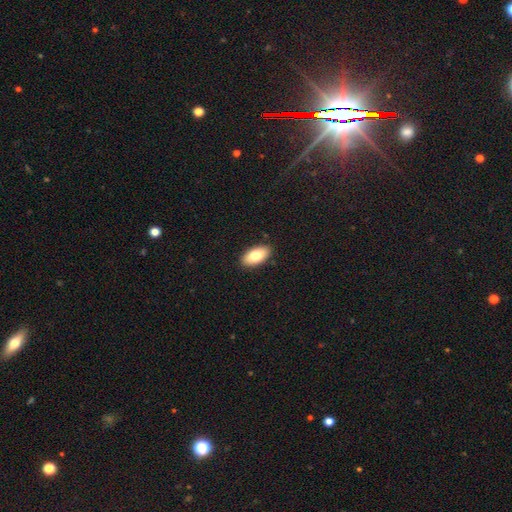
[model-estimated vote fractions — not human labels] Smooth or featured?
  - smooth: 78% *
  - featured or disk: 15%
  - star or artifact: 7%
How rounded?
  - in between: 93% *
  - cigar-shaped: 4%
  - round: 3%
Merging?
  - none: 89% *
  - minor disturbance: 8%
  - major disturbance: 2%
  - merger: 1%